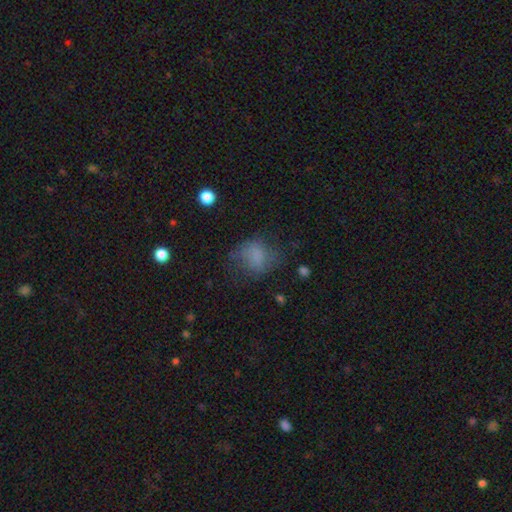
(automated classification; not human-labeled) smooth_or_featured: smooth (p=0.70) [alt: featured or disk p=0.16]
how_rounded: round (p=0.51) [alt: in between p=0.48]
merging: none (p=0.50) [alt: minor disturbance p=0.25]